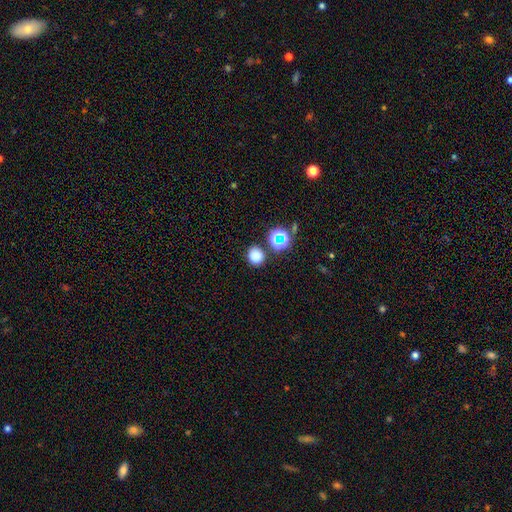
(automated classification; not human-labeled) Overall: smooth (77%). How rounded: round (85%). Merging: none (83%).